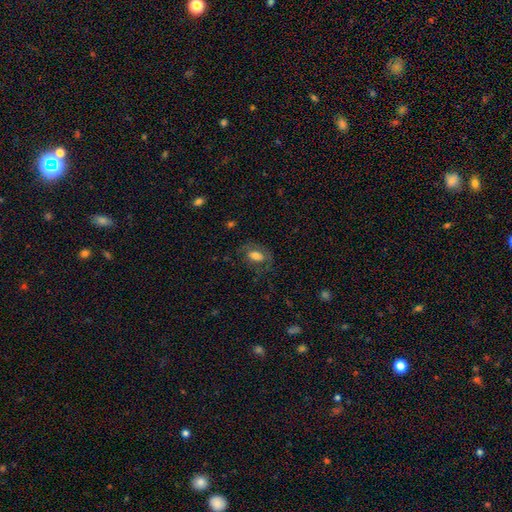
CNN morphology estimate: Smooth or featured? Predicted: smooth (p=0.62). How rounded? Predicted: in between (p=0.86). Merging? Predicted: none (p=0.62).